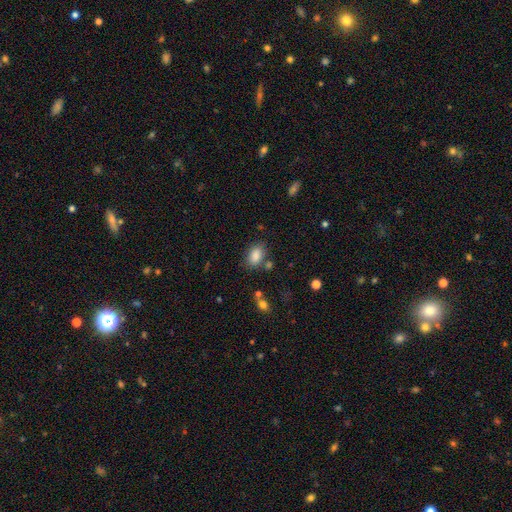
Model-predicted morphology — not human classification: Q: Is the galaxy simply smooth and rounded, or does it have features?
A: smooth — 87%.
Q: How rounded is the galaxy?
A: in between — 89%.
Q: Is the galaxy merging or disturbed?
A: none — 75%.